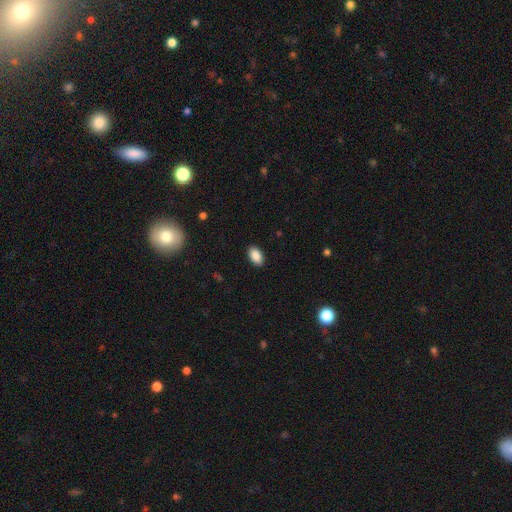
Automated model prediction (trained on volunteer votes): Overall: smooth (89%). How rounded: in between (92%). Merging: none (89%).